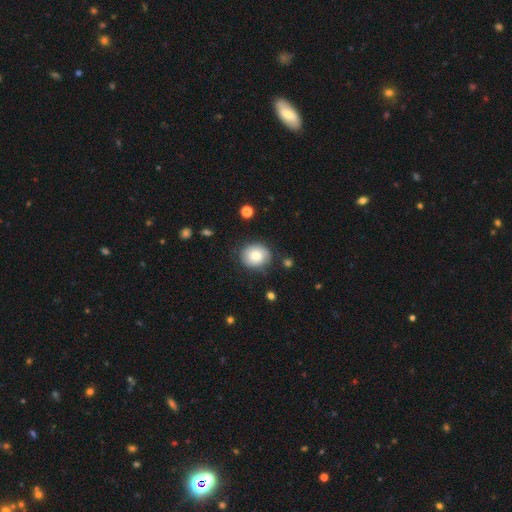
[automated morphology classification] This appears to be a smooth galaxy with no disk features (70%) that is round (77%). Merging: none (76%).